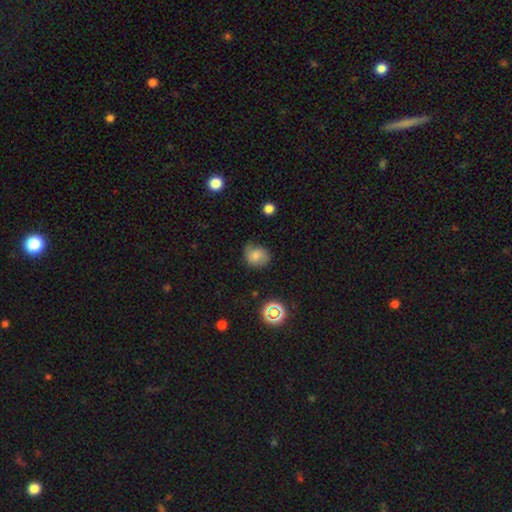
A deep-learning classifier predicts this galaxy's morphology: Smooth or featured? Predicted: smooth (p=0.69). How rounded? Predicted: round (p=0.64). Merging? Predicted: none (p=0.51).